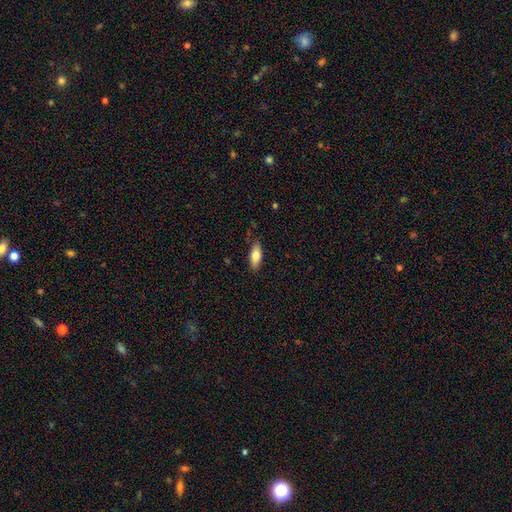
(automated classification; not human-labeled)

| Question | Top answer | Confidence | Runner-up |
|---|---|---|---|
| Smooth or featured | smooth | 79% | featured or disk (14%) |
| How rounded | in between | 75% | cigar-shaped (23%) |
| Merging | none | 81% | minor disturbance (15%) |